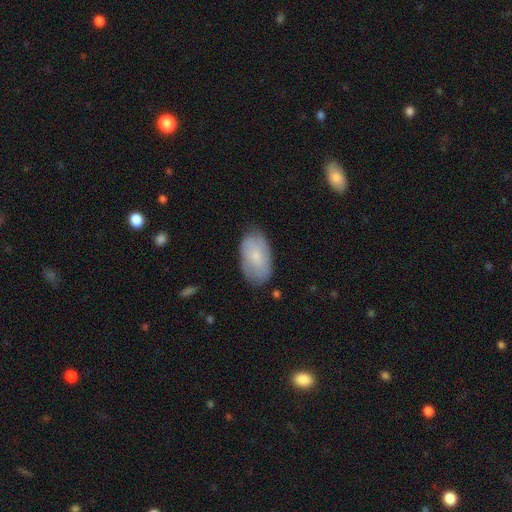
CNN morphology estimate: type=smooth (73%); roundness=in between (94%); merging=none (75%).